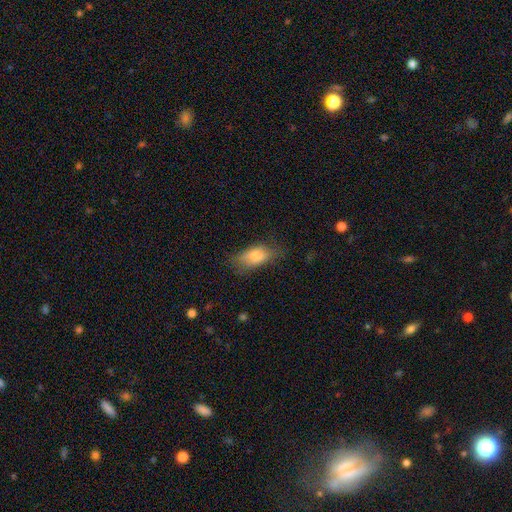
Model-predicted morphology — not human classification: This is likely a smooth galaxy (76%). How rounded: clearly in between (84%). Merging: likely none (61%).